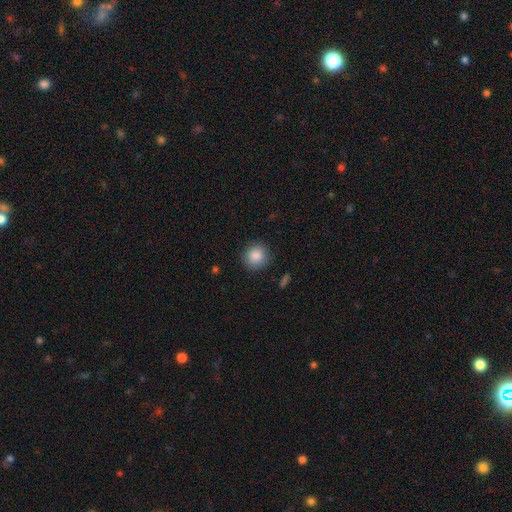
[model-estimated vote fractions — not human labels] Morphology: type=smooth (87%); roundness=round (88%); merging=none (88%).